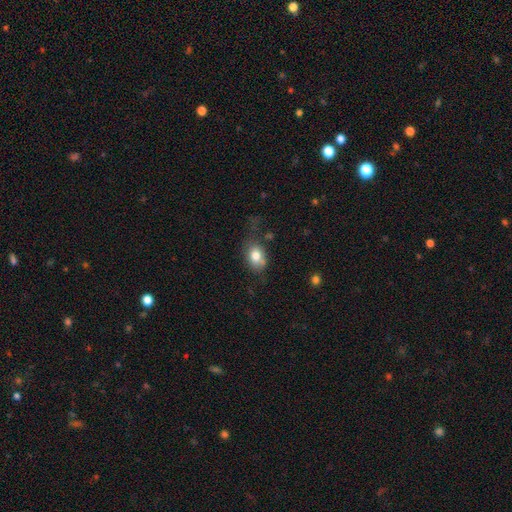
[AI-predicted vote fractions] Morphology: type=smooth (79%); roundness=in between (68%); merging=none (57%).